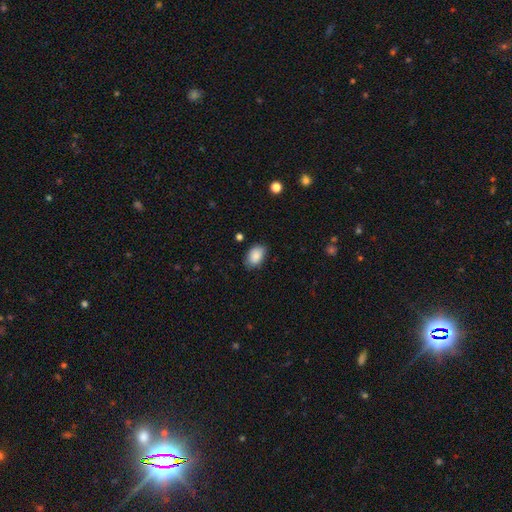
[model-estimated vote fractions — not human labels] The model was most divided on "merging": none: 79%, minor disturbance: 16%, major disturbance: 3%, merger: 1%. More confident: how rounded — in between (87%); smooth or featured — smooth (87%).